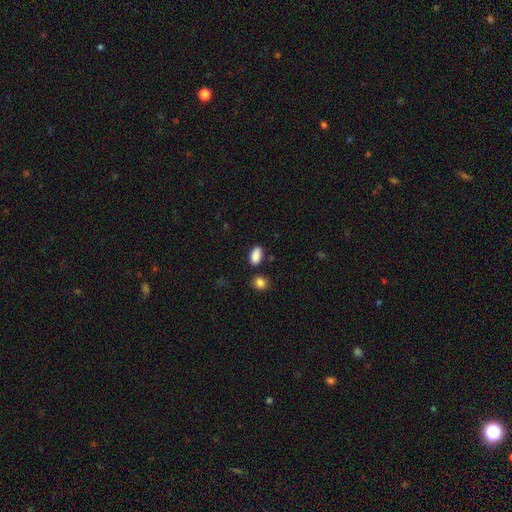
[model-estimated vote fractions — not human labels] Morphology: type=smooth (88%); roundness=in between (90%); merging=none (78%).